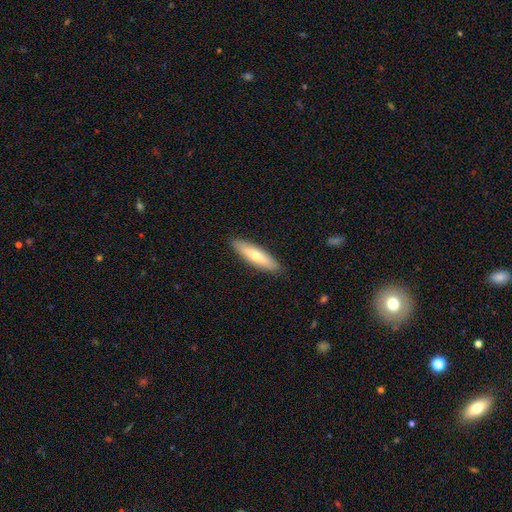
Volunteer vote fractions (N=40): Smooth or featured: smooth — 65% (featured or disk — 35%)
How rounded: in between — 50% (tied with cigar-shaped — 50%)
Merging: none — 92% (minor disturbance — 2%)